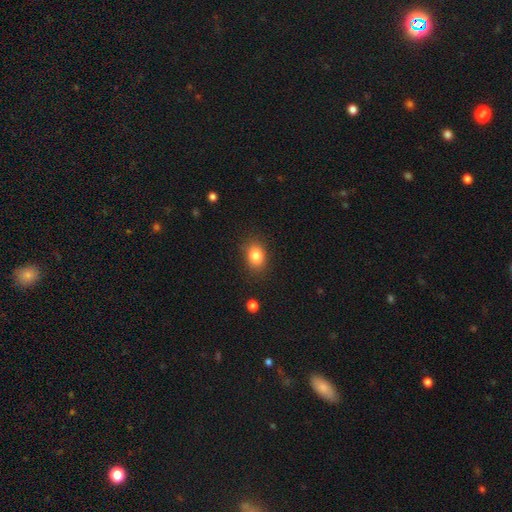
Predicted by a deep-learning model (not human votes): Smooth or featured: smooth — 84% (star or artifact — 10%)
How rounded: in between — 67% (round — 31%)
Merging: none — 84% (minor disturbance — 11%)